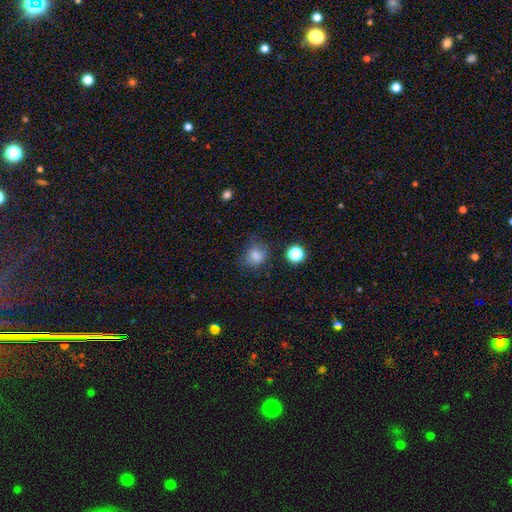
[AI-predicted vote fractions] Smooth or featured?
  - smooth: 80% *
  - star or artifact: 13%
  - featured or disk: 7%
How rounded?
  - round: 66% *
  - in between: 33%
  - cigar-shaped: 1%
Merging?
  - none: 68% *
  - minor disturbance: 22%
  - major disturbance: 7%
  - merger: 3%